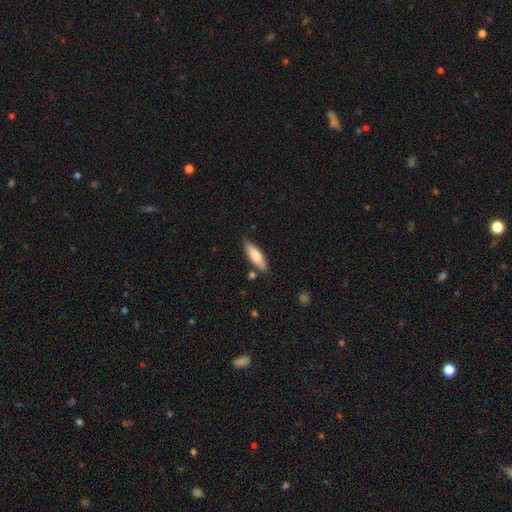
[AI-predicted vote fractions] Smooth or featured? Predicted: smooth (p=0.78). How rounded? Predicted: cigar-shaped (p=0.53). Merging? Predicted: none (p=0.80).